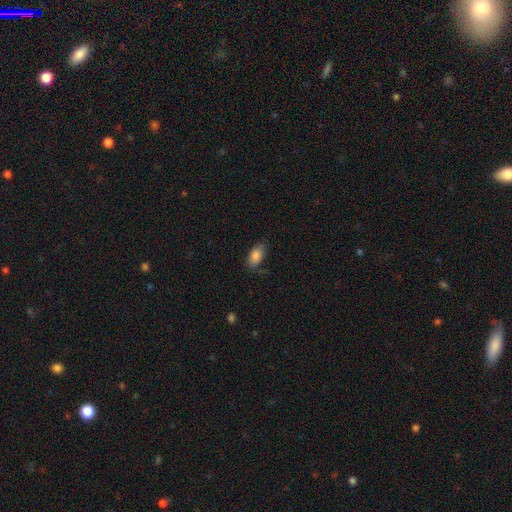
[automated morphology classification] A smooth galaxy with no disk features (86%) that is in between round and cigar-shaped (92%). Merging: none (79%).